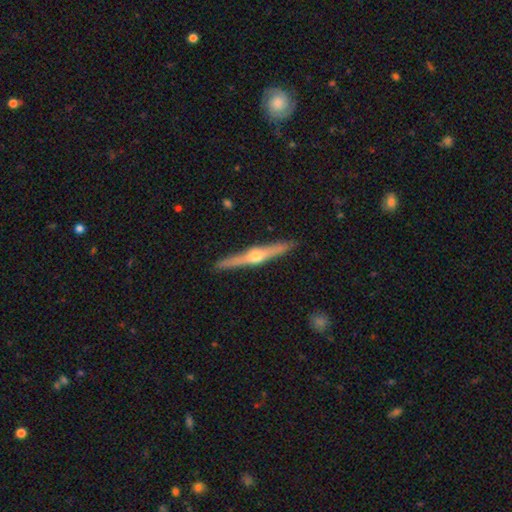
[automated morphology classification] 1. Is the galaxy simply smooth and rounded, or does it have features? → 75% featured or disk, 20% smooth, 6% star or artifact.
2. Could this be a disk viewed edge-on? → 98% yes, 2% no.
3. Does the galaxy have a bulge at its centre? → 93% rounded, 4% none, 3% boxy.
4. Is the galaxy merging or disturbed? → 91% none, 6% minor disturbance, 1% major disturbance, 1% merger.